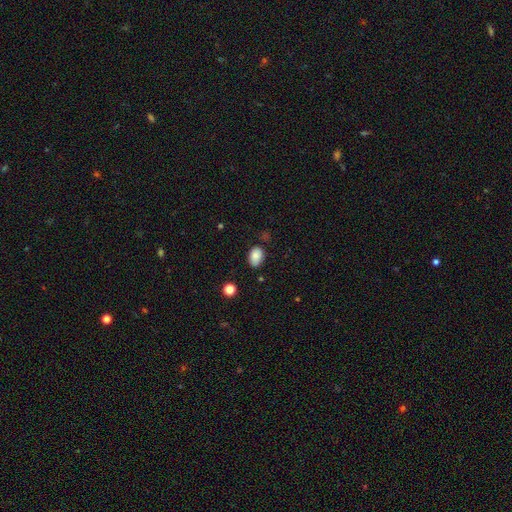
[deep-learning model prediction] smooth 85%, star or artifact 9%, featured or disk 6%. Down the decision tree: how rounded — in between (84%); merging — none (77%).